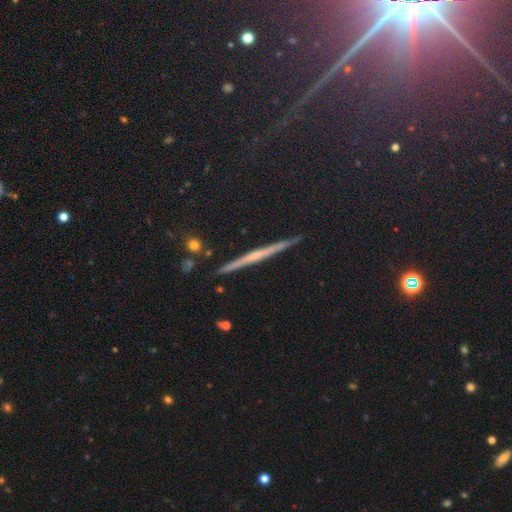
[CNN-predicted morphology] type=featured or disk (54%); edge-on=yes (96%); edge-on bulge=none (57%); merging=none (91%).